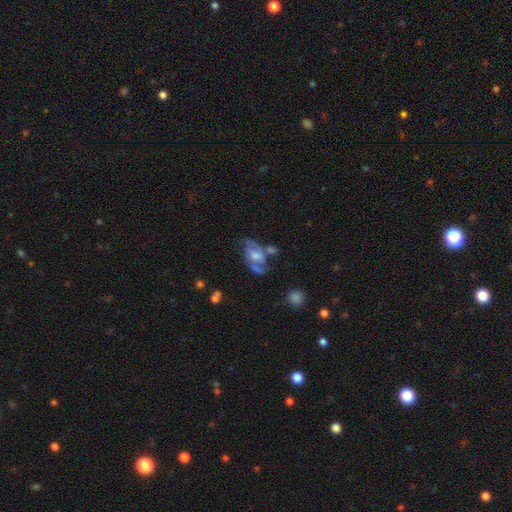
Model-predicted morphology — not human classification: A featured or disk galaxy (76%) with no bar (47%), 2 (82%) medium (47%) spiral arms (87%) and a moderate central bulge (46%). Merging: none (49%).